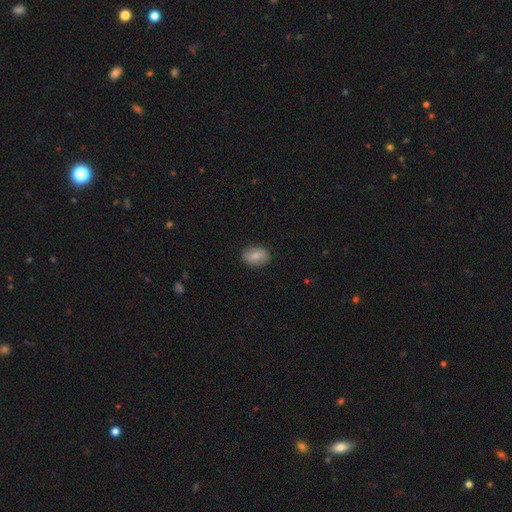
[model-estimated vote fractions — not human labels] Q: Smooth or featured?
A: smooth (73%); runner-up: featured or disk (19%)
Q: How rounded?
A: in between (73%); runner-up: round (25%)
Q: Merging?
A: none (87%); runner-up: minor disturbance (10%)